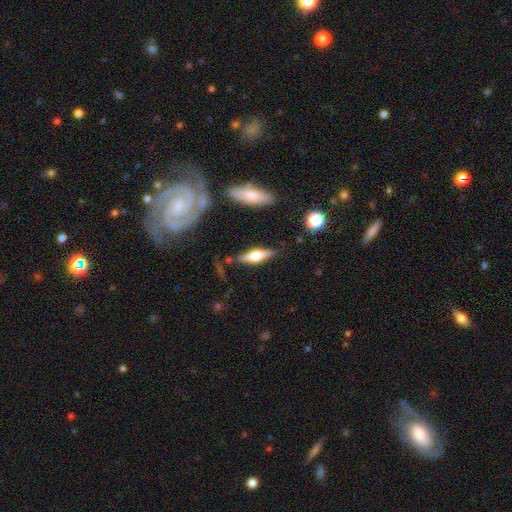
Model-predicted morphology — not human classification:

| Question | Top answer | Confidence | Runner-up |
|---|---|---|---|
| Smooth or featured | featured or disk | 59% | smooth (34%) |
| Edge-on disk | yes | 94% | no (6%) |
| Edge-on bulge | rounded | 92% | boxy (6%) |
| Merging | none | 82% | minor disturbance (12%) |